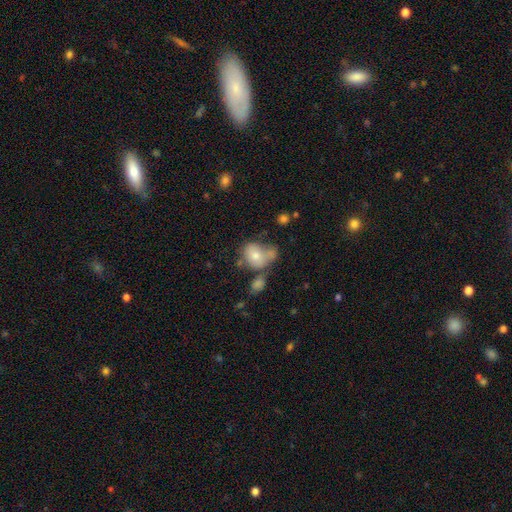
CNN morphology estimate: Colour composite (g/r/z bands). It shows a smooth galaxy with no disk features (71%) that is in between round and cigar-shaped (54%). Merging: merger (34%).